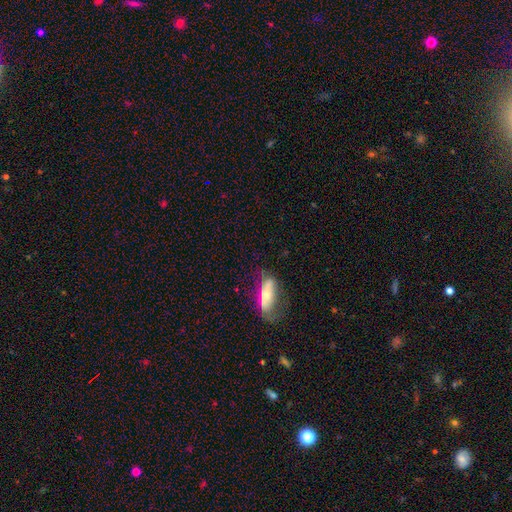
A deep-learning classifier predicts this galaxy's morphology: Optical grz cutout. It shows a smooth galaxy with no disk features (53%) that is in between round and cigar-shaped (58%). Merging: none (62%).